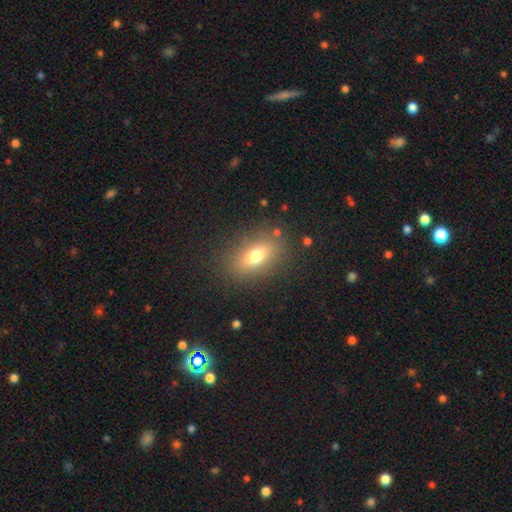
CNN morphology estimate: Smooth or featured? Predicted: smooth (p=0.70). How rounded? Predicted: in between (p=0.77). Merging? Predicted: none (p=0.83).